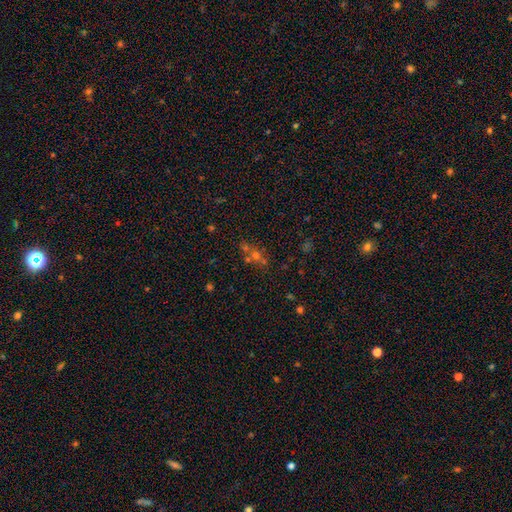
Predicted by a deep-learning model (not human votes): This is marginally a star or artifact rather than a galaxy (40%).